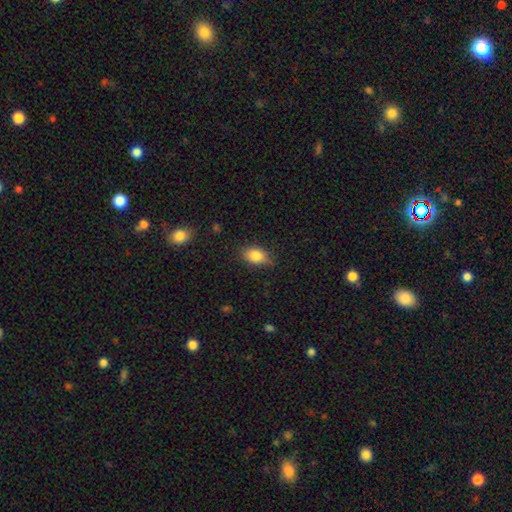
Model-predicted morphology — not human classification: Smooth or featured?
  - smooth: 83% *
  - featured or disk: 8%
  - star or artifact: 8%
How rounded?
  - in between: 83% *
  - round: 14%
  - cigar-shaped: 2%
Merging?
  - none: 79% *
  - minor disturbance: 17%
  - major disturbance: 3%
  - merger: 1%